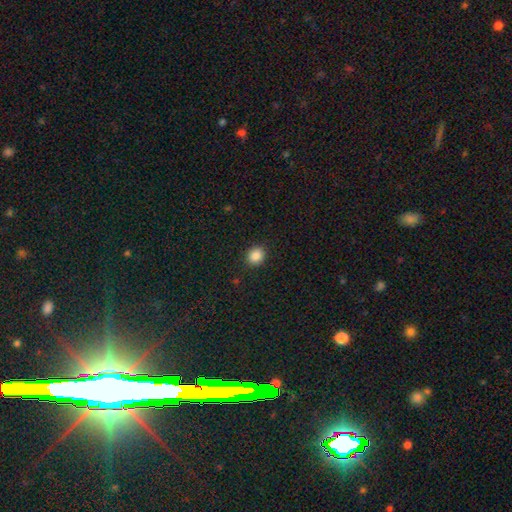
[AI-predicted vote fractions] Smooth or featured?
  - smooth: 87% *
  - star or artifact: 10%
  - featured or disk: 3%
How rounded?
  - round: 77% *
  - in between: 22%
  - cigar-shaped: 1%
Merging?
  - none: 90% *
  - minor disturbance: 7%
  - major disturbance: 2%
  - merger: 1%